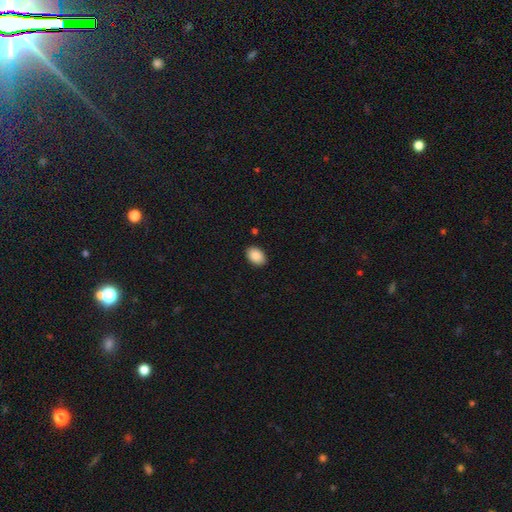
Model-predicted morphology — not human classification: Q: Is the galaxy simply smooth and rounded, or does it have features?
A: smooth — 89%.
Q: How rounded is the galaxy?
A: in between — 84%.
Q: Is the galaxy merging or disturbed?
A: none — 89%.